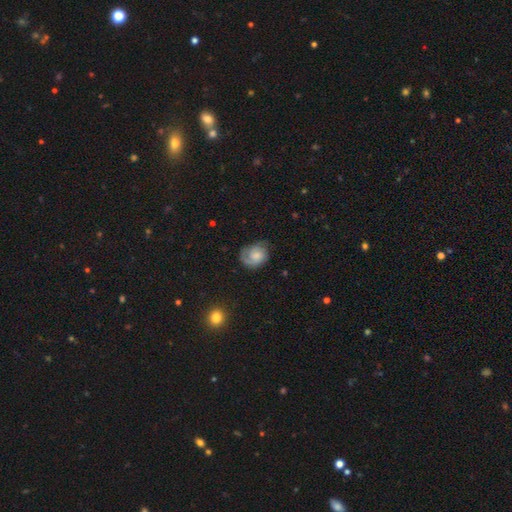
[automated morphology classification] type=featured or disk (54%); edge-on=no (97%); bar=no (72%); spiral arms=yes (88%); bulge=moderate (38%); merging=none (62%).